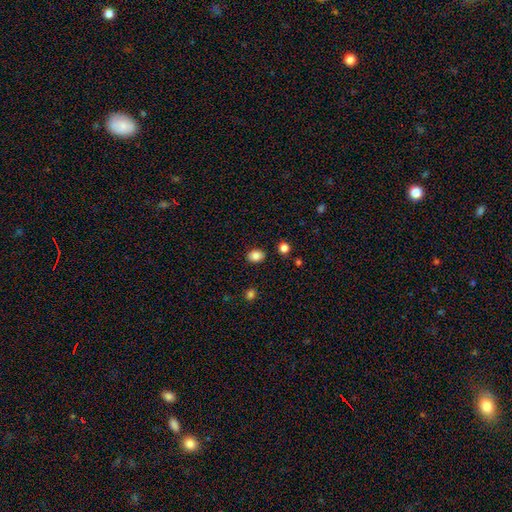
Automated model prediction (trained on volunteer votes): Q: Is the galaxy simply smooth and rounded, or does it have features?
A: smooth — 86%.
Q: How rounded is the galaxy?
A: in between — 60%.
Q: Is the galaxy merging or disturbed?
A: none — 87%.